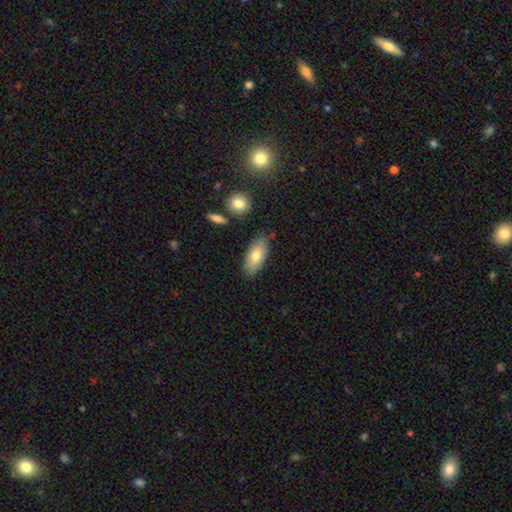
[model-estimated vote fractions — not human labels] The model was most divided on "smooth or featured": smooth: 73%, featured or disk: 21%, star or artifact: 6%. More confident: how rounded — in between (85%); merging — none (80%).